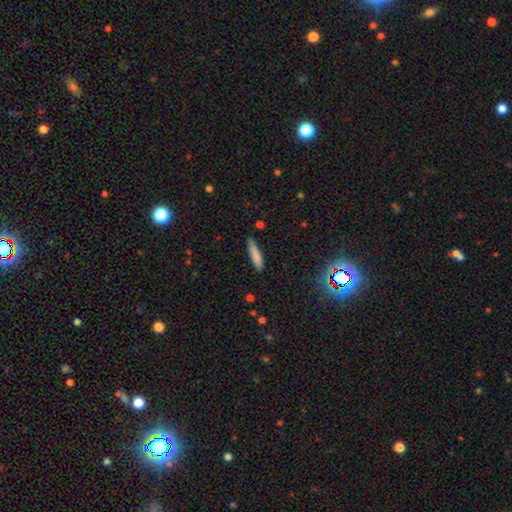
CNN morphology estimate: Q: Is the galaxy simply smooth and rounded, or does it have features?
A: smooth — 81%.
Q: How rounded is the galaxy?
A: cigar-shaped — 85%.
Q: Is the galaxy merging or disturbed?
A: none — 77%.